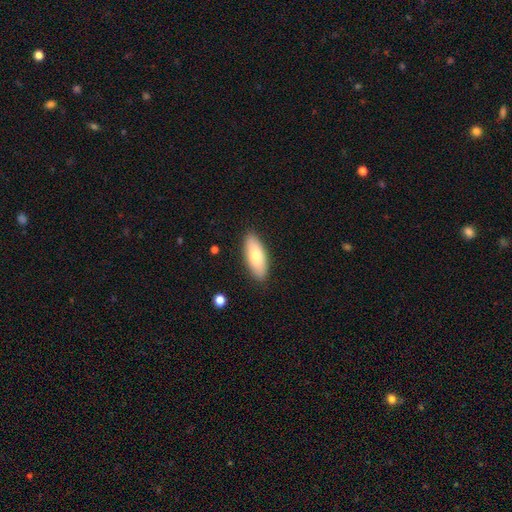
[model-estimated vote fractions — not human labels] Smooth or featured?
  - smooth: 78% *
  - featured or disk: 17%
  - star or artifact: 6%
How rounded?
  - in between: 77% *
  - cigar-shaped: 21%
  - round: 2%
Merging?
  - none: 87% *
  - minor disturbance: 9%
  - major disturbance: 2%
  - merger: 1%